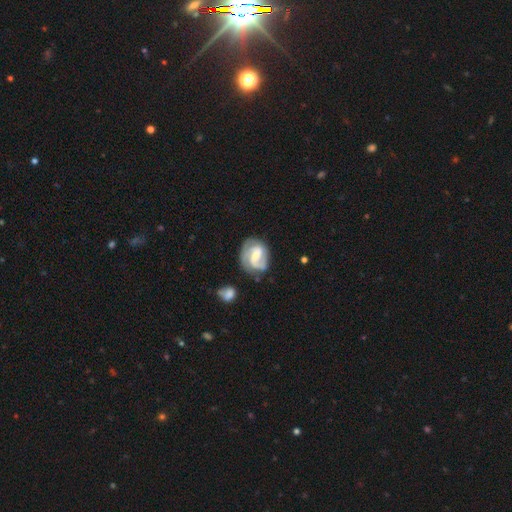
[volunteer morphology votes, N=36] This appears to be a featured or disk galaxy (83%) with a weak bar (41%, tied with no), 2 (85%) medium (44%, tied with loose) spiral arms (93%) and a small central bulge (52%). Merging: none (53%).